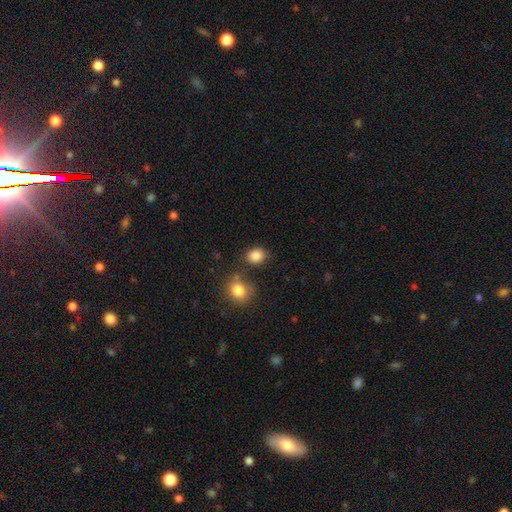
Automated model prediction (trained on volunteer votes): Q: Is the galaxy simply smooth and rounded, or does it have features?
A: smooth — 86%.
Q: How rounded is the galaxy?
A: round — 60%.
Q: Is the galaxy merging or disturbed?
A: none — 78%.